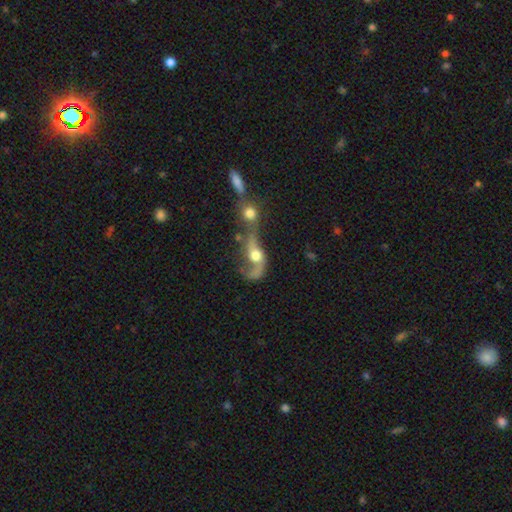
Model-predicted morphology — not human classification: featured or disk 59%, smooth 31%, star or artifact 11%. Down the decision tree: edge-on disk — no (90%); bar — no (72%); spiral arms — yes (73%); bulge size — moderate (55%); merging — merger (61%).